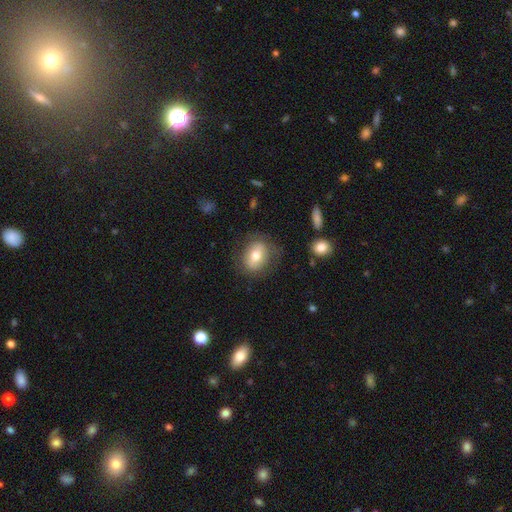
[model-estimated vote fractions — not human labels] A smooth galaxy with no disk features (67%) that is in between round and cigar-shaped (57%).

Vote fractions:
- Smooth or featured? smooth: 67% / featured or disk: 25% / star or artifact: 8%
- How rounded? in between: 57% / round: 42% / cigar-shaped: 1%
- Merging? none: 74% / minor disturbance: 17% / major disturbance: 8% / merger: 2%